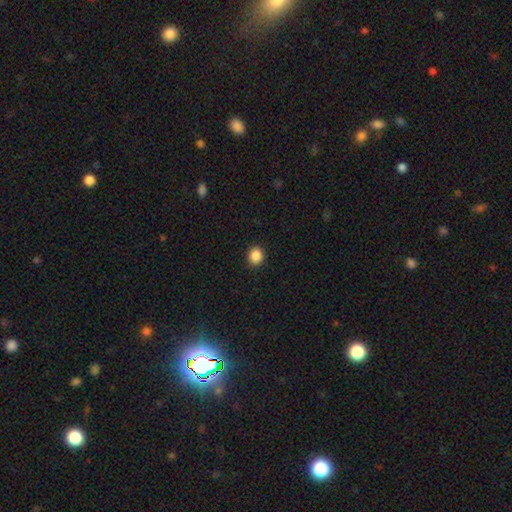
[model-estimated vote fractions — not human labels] smooth 88%, star or artifact 10%, featured or disk 3%. Down the decision tree: how rounded — round (83%); merging — none (92%).